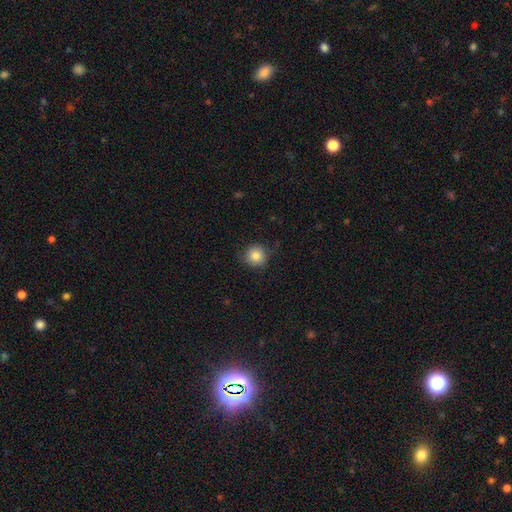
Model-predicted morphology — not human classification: This appears to be a smooth galaxy with no disk features (84%) that is round (92%). Merging: none (82%).